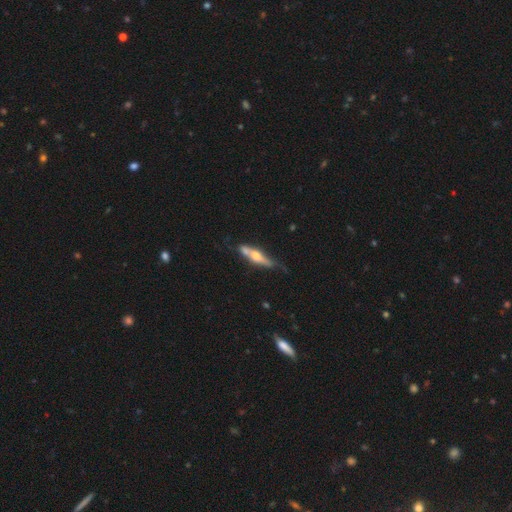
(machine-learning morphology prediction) A featured or disk galaxy (59%) viewed edge-on (83%). Merging: none (49%).